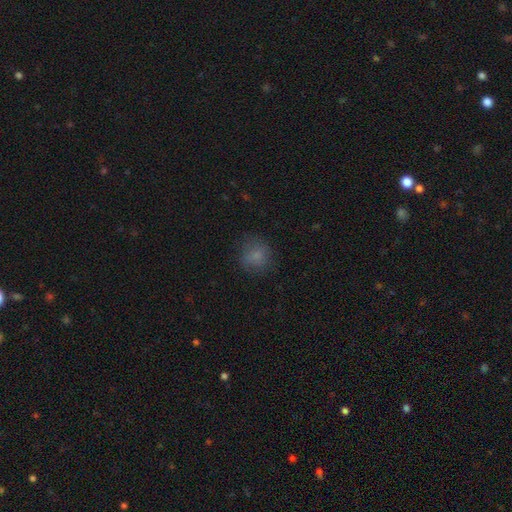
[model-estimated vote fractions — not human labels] Smooth or featured: smooth — 78% (star or artifact — 12%)
How rounded: round — 82% (in between — 17%)
Merging: none — 73% (minor disturbance — 18%)